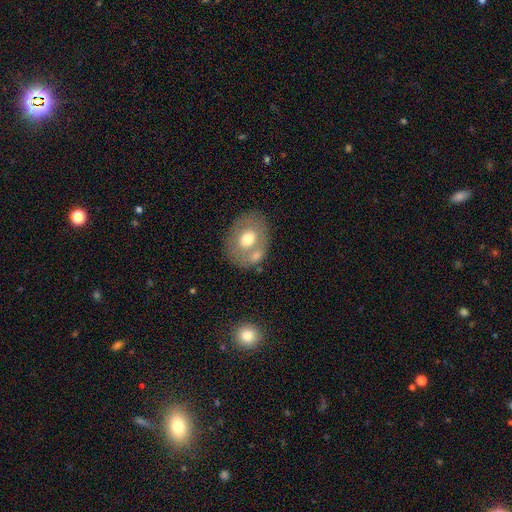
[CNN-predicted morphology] The model was most divided on "how rounded": in between: 54%, round: 45%, cigar-shaped: 1%. More confident: smooth or featured — smooth (62%); merging — none (58%).